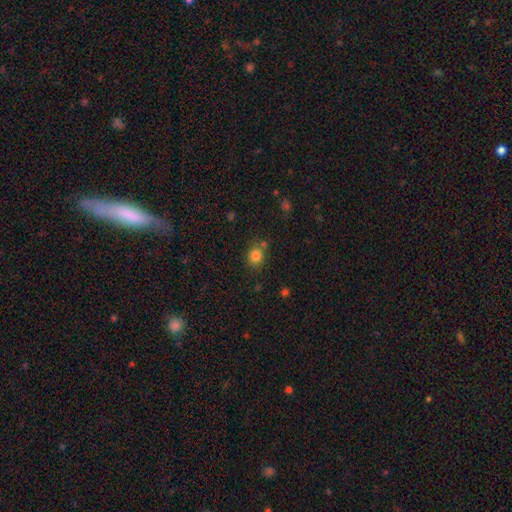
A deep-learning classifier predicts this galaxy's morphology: smooth_or_featured: smooth (p=0.82) [alt: star or artifact p=0.13]
how_rounded: round (p=0.73) [alt: in between p=0.27]
merging: none (p=0.72) [alt: minor disturbance p=0.12]